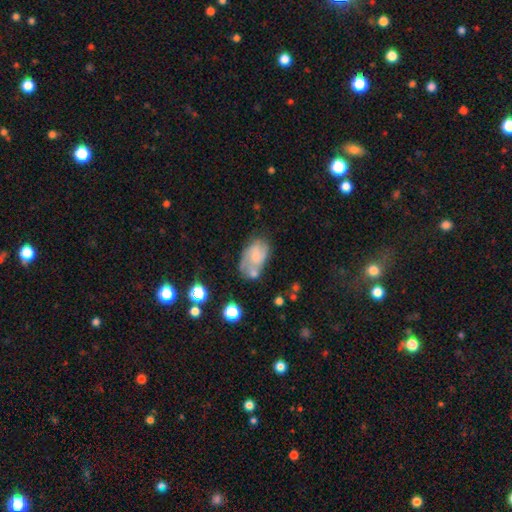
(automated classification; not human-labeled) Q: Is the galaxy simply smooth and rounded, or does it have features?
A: featured or disk — 48%.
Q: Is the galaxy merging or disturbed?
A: none — 38%.